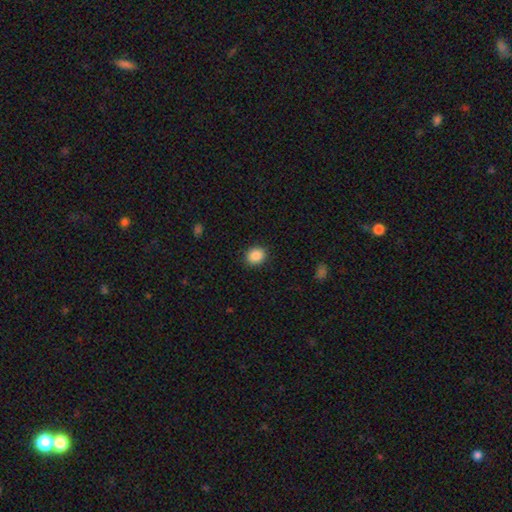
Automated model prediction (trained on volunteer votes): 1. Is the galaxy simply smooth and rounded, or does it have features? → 88% smooth, 9% star or artifact, 3% featured or disk.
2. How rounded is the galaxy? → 63% round, 36% in between, 1% cigar-shaped.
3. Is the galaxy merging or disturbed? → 90% none, 7% minor disturbance, 2% major disturbance, 1% merger.